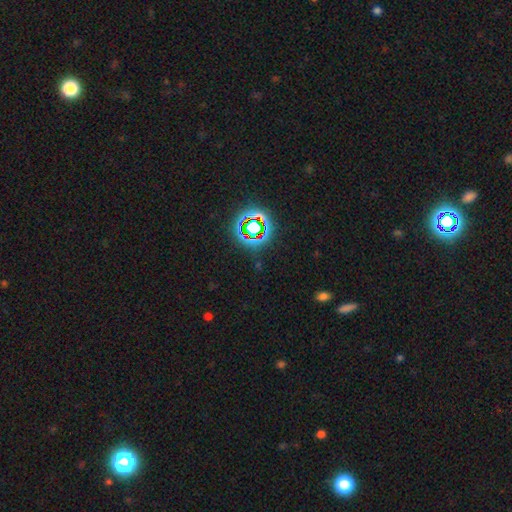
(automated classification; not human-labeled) The model was most divided on "smooth or featured": star or artifact: 73%, smooth: 15%, featured or disk: 12%.